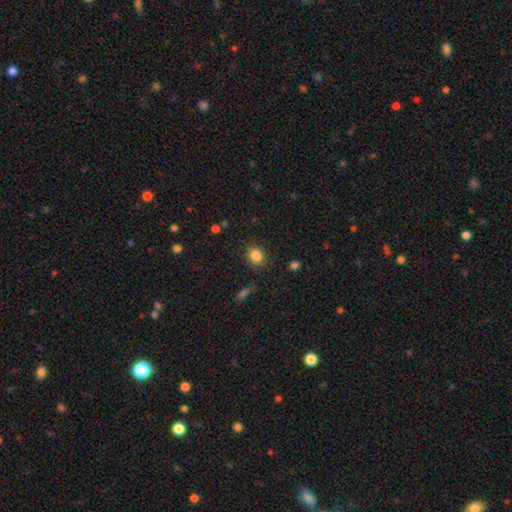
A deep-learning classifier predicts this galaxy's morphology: Smooth or featured? smooth (85%)
How rounded? round (61%)
Merging? none (85%)